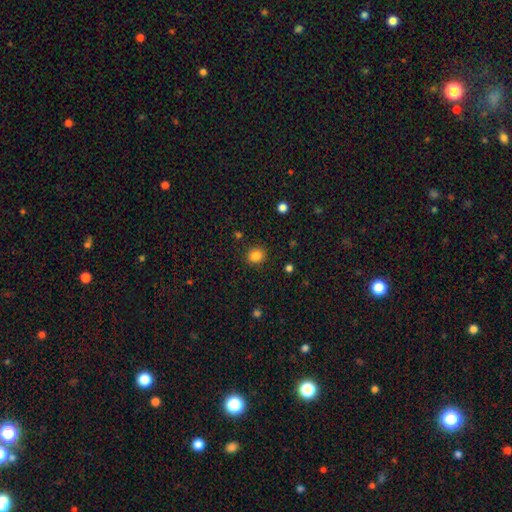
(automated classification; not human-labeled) The model was most divided on "how rounded": round: 74%, in between: 25%, cigar-shaped: 1%. More confident: merging — none (88%); smooth or featured — smooth (85%).